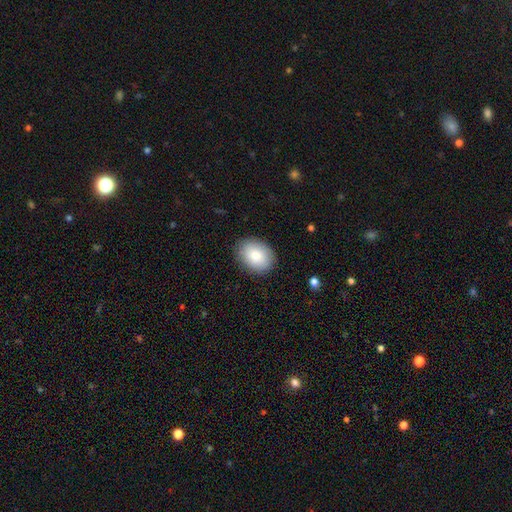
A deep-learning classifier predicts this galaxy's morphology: Smooth or featured? Predicted: smooth (p=0.84). How rounded? Predicted: in between (p=0.69). Merging? Predicted: none (p=0.87).